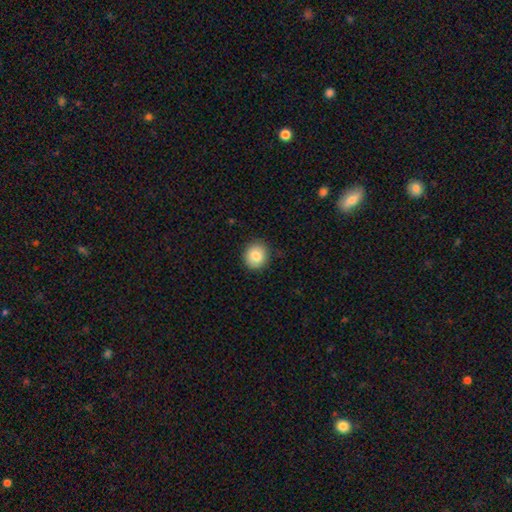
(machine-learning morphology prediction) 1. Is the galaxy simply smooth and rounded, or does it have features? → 84% smooth, 8% star or artifact, 8% featured or disk.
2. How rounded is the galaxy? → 79% round, 20% in between, 1% cigar-shaped.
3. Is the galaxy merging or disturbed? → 88% none, 9% minor disturbance, 2% major disturbance, 1% merger.